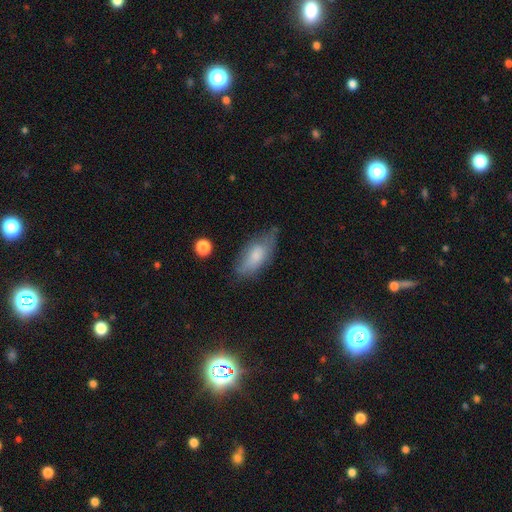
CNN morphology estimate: Smooth or featured? smooth (70%)
How rounded? in between (83%)
Merging? none (58%)